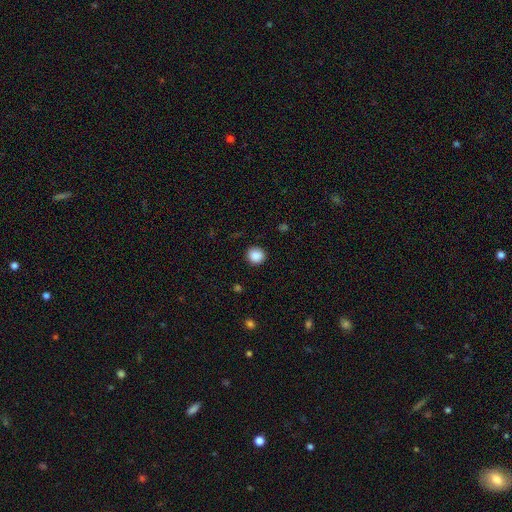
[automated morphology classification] Smooth or featured? smooth (88%)
How rounded? round (89%)
Merging? none (90%)